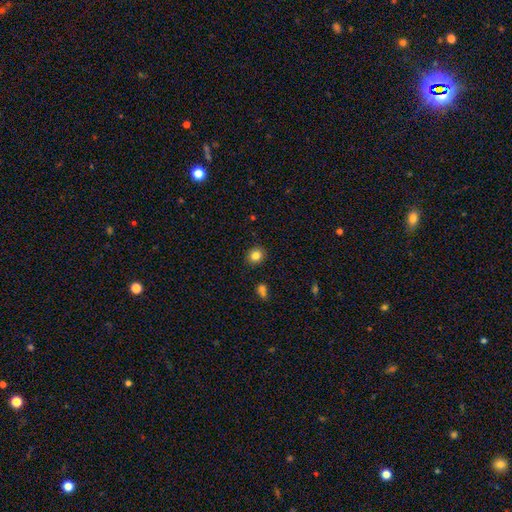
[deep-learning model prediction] A smooth galaxy with no disk features (83%) that is round (78%).

Vote fractions:
- Smooth or featured? smooth: 83% / star or artifact: 11% / featured or disk: 6%
- How rounded? round: 78% / in between: 22% / cigar-shaped: 1%
- Merging? none: 89% / minor disturbance: 7% / major disturbance: 2% / merger: 2%